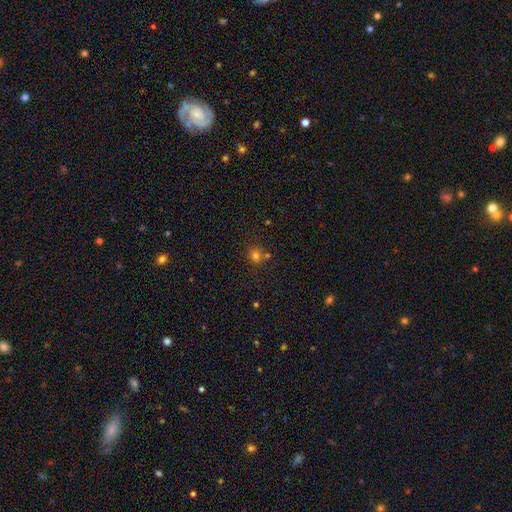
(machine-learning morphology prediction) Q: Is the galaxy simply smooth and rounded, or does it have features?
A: smooth — 72%.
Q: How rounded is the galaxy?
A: round — 79%.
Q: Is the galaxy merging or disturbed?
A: none — 67%.